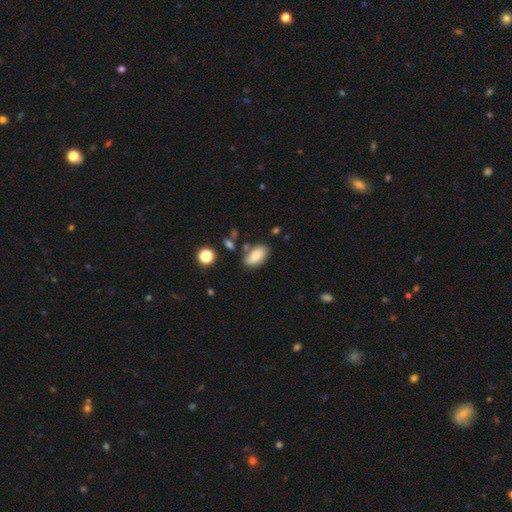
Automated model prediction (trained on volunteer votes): Smooth or featured: smooth — 80% (featured or disk — 12%)
How rounded: in between — 93% (round — 4%)
Merging: none — 72% (minor disturbance — 17%)